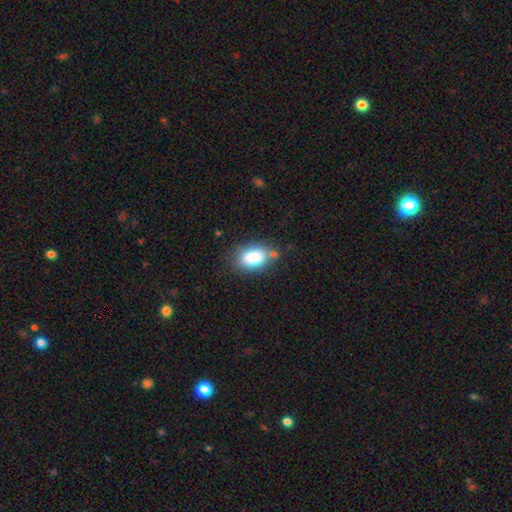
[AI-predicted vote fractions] A smooth galaxy with no disk features (85%) that is in between round and cigar-shaped (89%). Merging: none (66%).